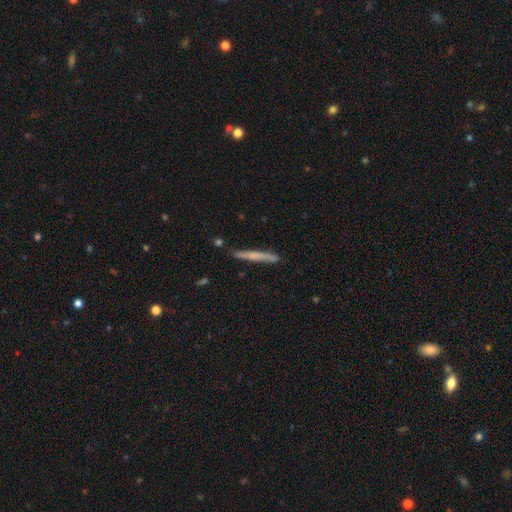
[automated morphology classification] Q: Smooth or featured?
A: smooth (53%); runner-up: featured or disk (40%)
Q: How rounded?
A: cigar-shaped (96%); runner-up: in between (2%)
Q: Merging?
A: none (86%); runner-up: minor disturbance (10%)